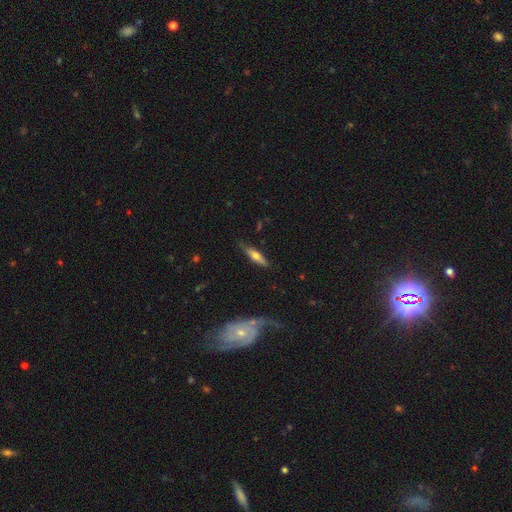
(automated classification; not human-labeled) Overall: smooth (50%; featured or disk 44%). How rounded: cigar-shaped (70%). Merging: none (77%).